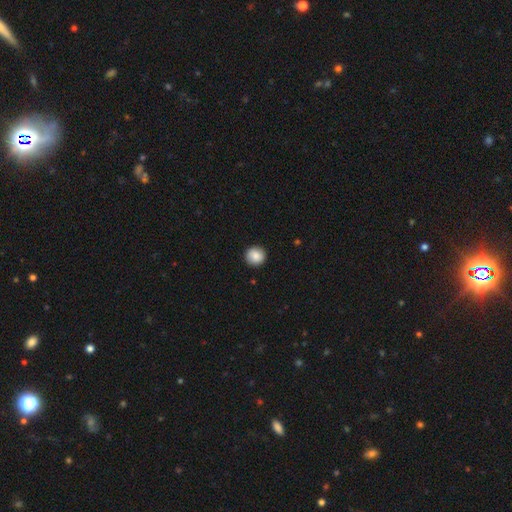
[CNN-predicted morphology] smooth_or_featured: smooth (p=0.87) [alt: star or artifact p=0.08]
how_rounded: round (p=0.92) [alt: in between p=0.07]
merging: none (p=0.92) [alt: minor disturbance p=0.06]